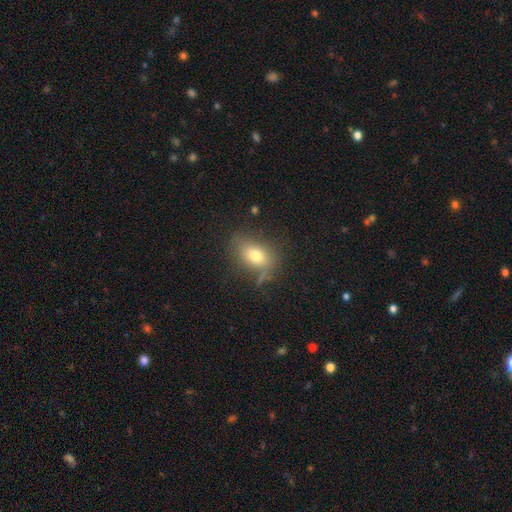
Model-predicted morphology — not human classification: Smooth or featured? Predicted: smooth (p=0.74). How rounded? Predicted: in between (p=0.78). Merging? Predicted: none (p=0.65).